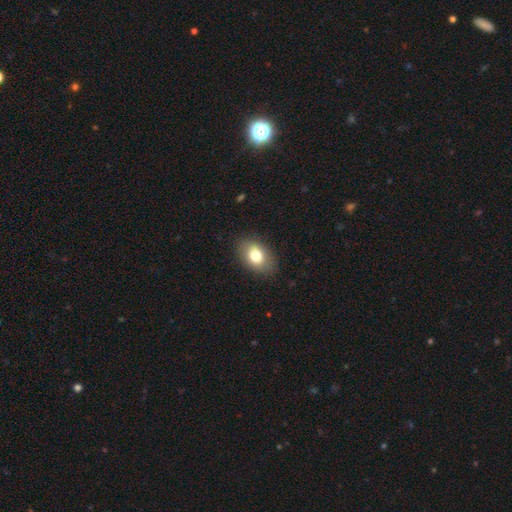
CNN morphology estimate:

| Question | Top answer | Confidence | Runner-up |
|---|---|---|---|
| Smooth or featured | smooth | 78% | featured or disk (14%) |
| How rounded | in between | 82% | round (16%) |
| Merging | none | 85% | minor disturbance (11%) |